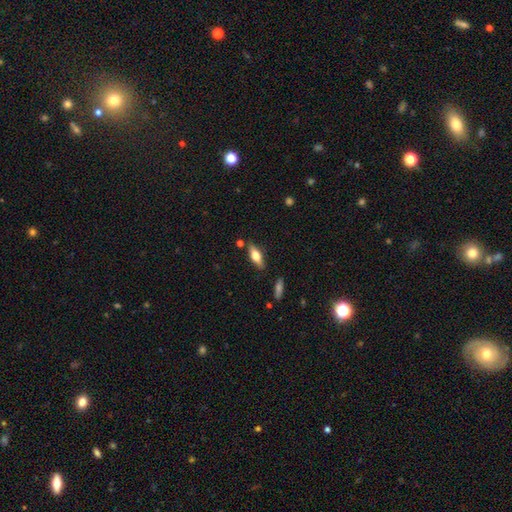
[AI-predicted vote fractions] Overall: smooth (56%; featured or disk 37%). How rounded: in between (64%; cigar-shaped 33%). Merging: none (81%).